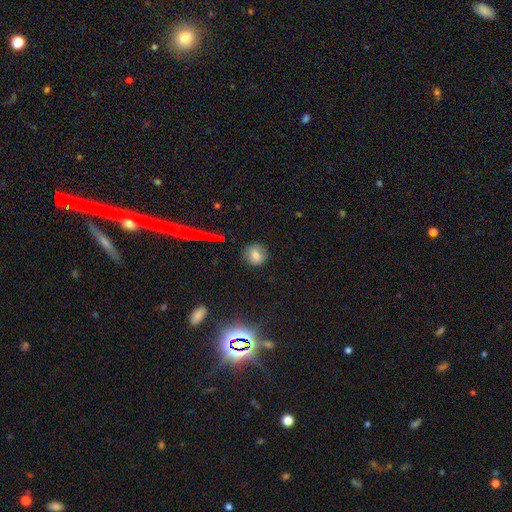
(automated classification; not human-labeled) Overall: smooth (74%). How rounded: round (89%). Merging: none (87%).